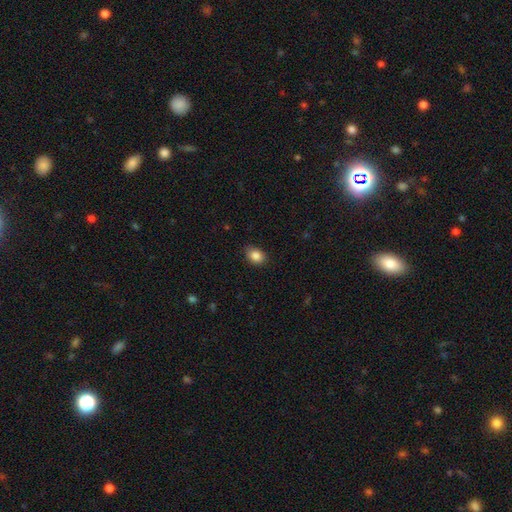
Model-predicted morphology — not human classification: This is clearly a smooth galaxy (86%). How rounded: likely in between (71%). Merging: clearly none (83%).